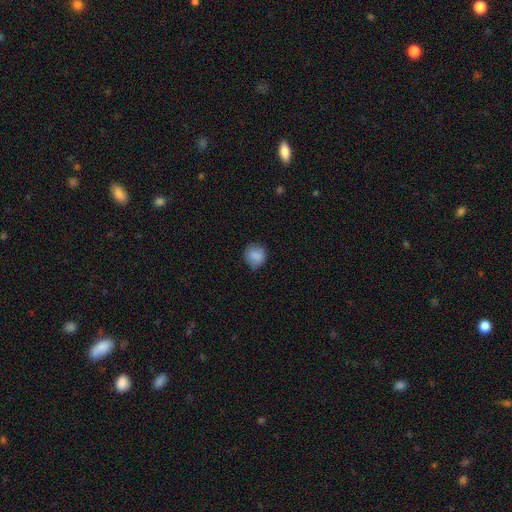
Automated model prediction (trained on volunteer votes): smooth-or-featured: smooth: 84% | star or artifact: 8% | featured or disk: 8%
  how-rounded: round: 81% | in between: 18% | cigar-shaped: 1%
  merging: none: 76% | minor disturbance: 19% | major disturbance: 4% | merger: 1%